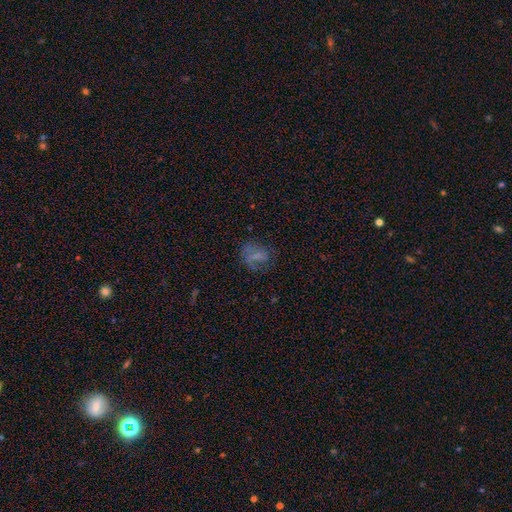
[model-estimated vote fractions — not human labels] This appears to be a smooth galaxy with no disk features (43%). Merging: none (50%).